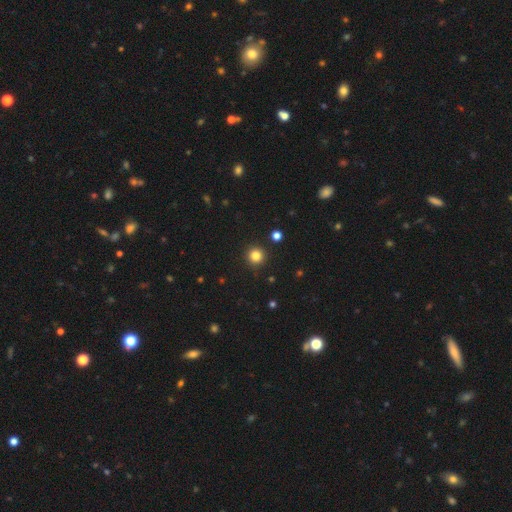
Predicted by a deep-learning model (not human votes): smooth_or_featured: smooth (p=0.83) [alt: star or artifact p=0.13]
how_rounded: round (p=0.95) [alt: in between p=0.04]
merging: none (p=0.92) [alt: minor disturbance p=0.05]